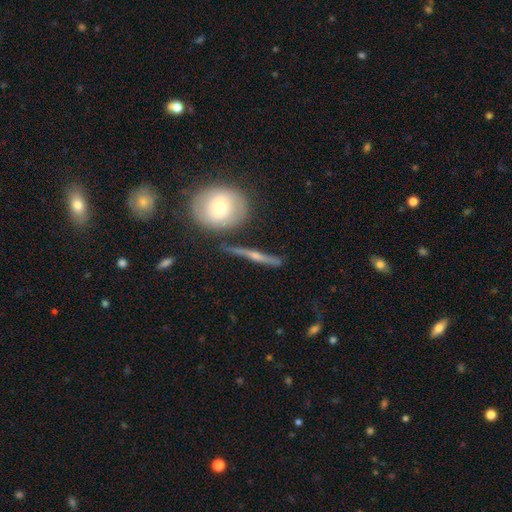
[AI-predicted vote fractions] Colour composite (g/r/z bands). It shows a featured or disk galaxy (50%). Merging: none (74%).